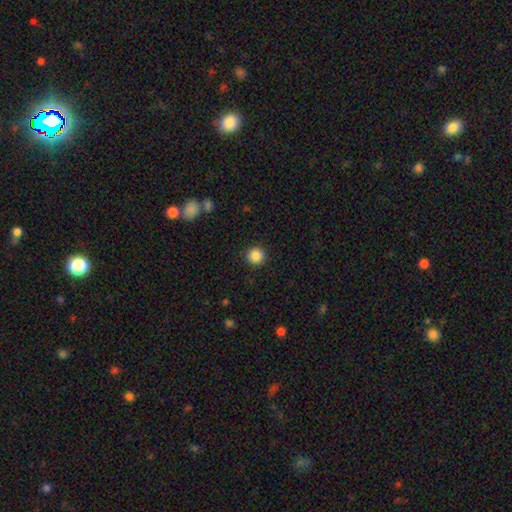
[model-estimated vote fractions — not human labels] This is clearly a smooth galaxy (86%). How rounded: clearly round (94%). Merging: clearly none (91%).